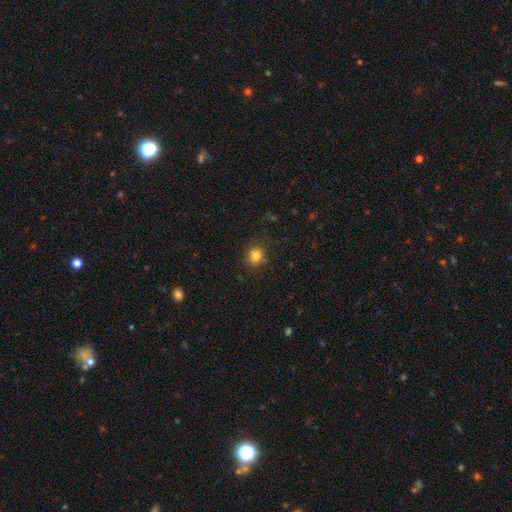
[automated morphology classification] A smooth galaxy with no disk features (82%) that is round (78%).

Vote fractions:
- Smooth or featured? smooth: 82% / star or artifact: 13% / featured or disk: 6%
- How rounded? round: 78% / in between: 21% / cigar-shaped: 1%
- Merging? none: 85% / minor disturbance: 10% / major disturbance: 3% / merger: 1%